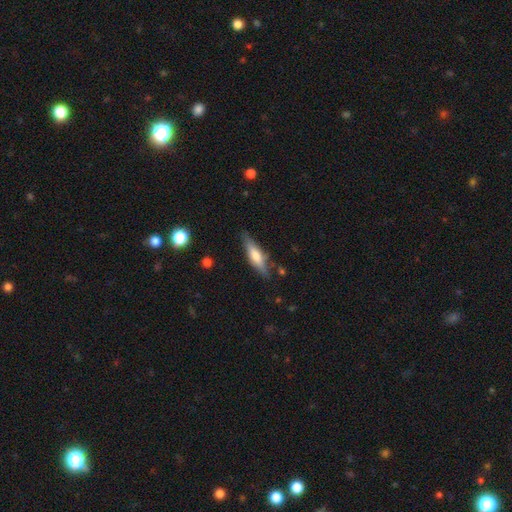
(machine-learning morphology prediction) This appears to be a smooth galaxy with no disk features (52%) that is cigar-shaped (68%). Merging: none (78%).